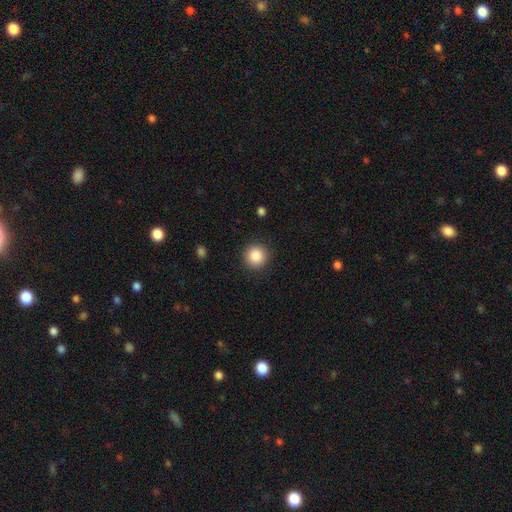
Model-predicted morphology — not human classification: smooth-or-featured: smooth: 87% | star or artifact: 9% | featured or disk: 4%
  how-rounded: round: 94% | in between: 5% | cigar-shaped: 1%
  merging: none: 91% | minor disturbance: 6% | major disturbance: 2% | merger: 1%